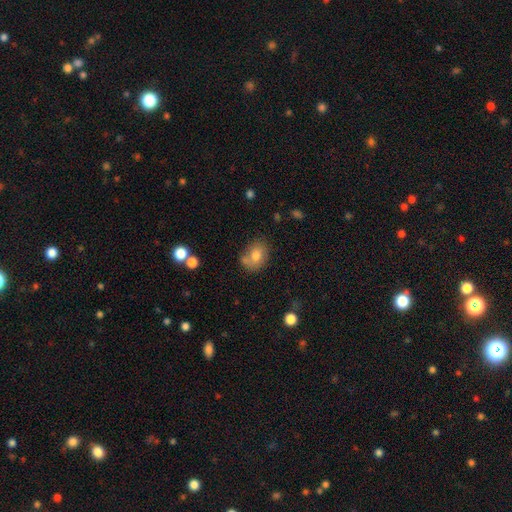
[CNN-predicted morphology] Overall: smooth (75%). How rounded: in between (58%; round 41%). Merging: none (56%; minor disturbance 21%).